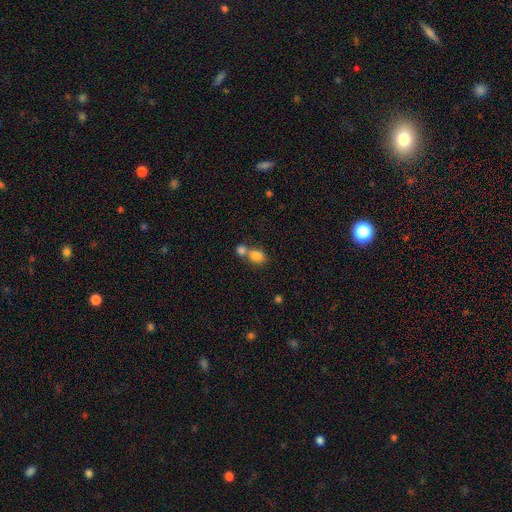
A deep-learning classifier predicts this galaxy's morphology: The model was most divided on "how rounded": in between: 58%, round: 41%, cigar-shaped: 2%. More confident: smooth or featured — smooth (82%); merging — merger (56%).